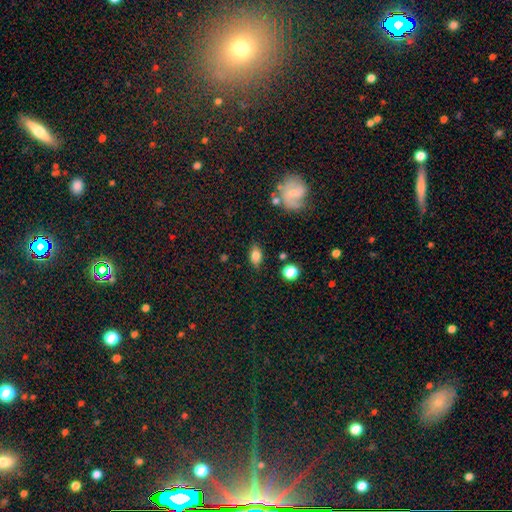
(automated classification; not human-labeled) The model was most divided on "smooth or featured": smooth: 75%, featured or disk: 15%, star or artifact: 10%. More confident: how rounded — in between (83%); merging — none (81%).